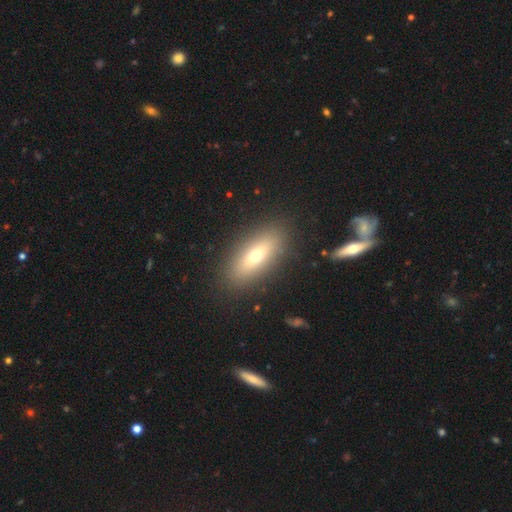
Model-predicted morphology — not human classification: Overall: smooth (60%; featured or disk 29%). How rounded: in between (70%). Merging: none (85%).